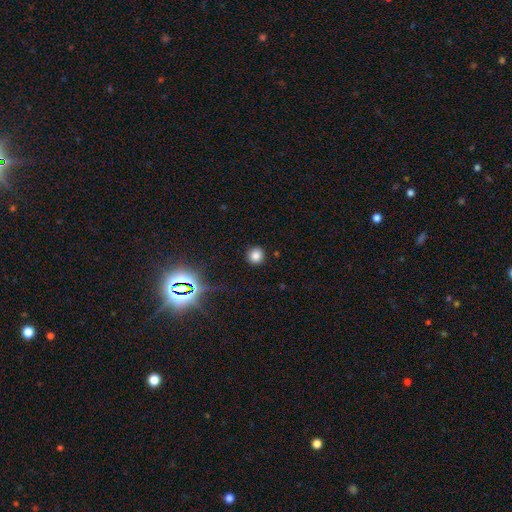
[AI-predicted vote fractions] Smooth or featured?
  - smooth: 80% *
  - star or artifact: 15%
  - featured or disk: 5%
How rounded?
  - round: 93% *
  - in between: 6%
  - cigar-shaped: 1%
Merging?
  - none: 91% *
  - minor disturbance: 6%
  - major disturbance: 2%
  - merger: 2%